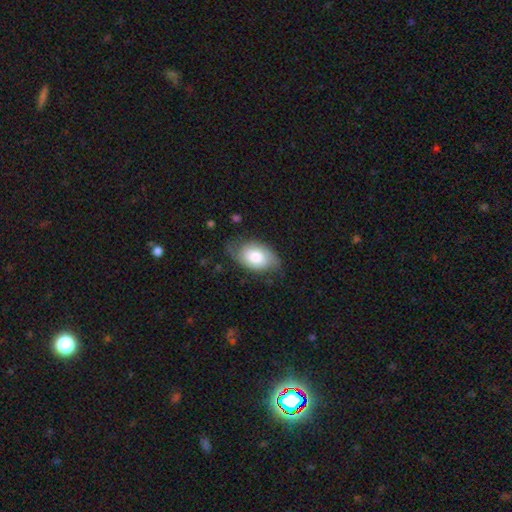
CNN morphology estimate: type=smooth (53%); roundness=in between (88%); merging=none (67%).